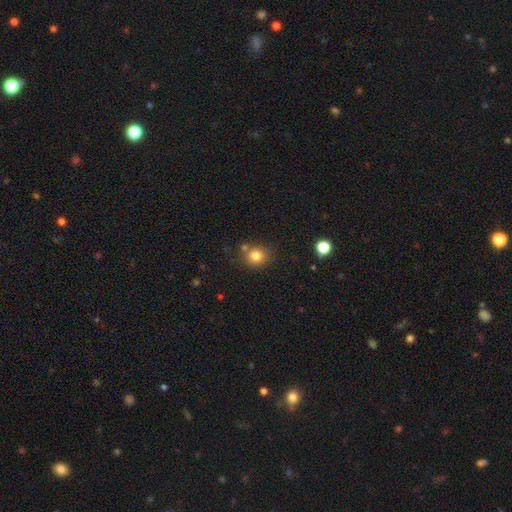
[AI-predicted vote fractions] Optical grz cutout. It shows a smooth galaxy with no disk features (80%) that is round (84%). Merging: none (74%).